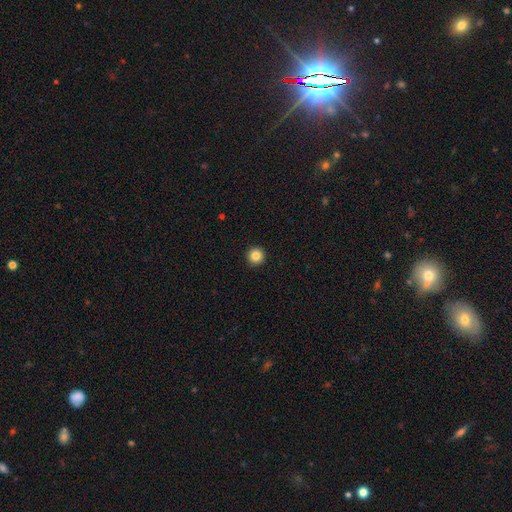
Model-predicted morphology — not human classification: smooth 85%, star or artifact 10%, featured or disk 5%. Down the decision tree: how rounded — round (96%); merging — none (93%).